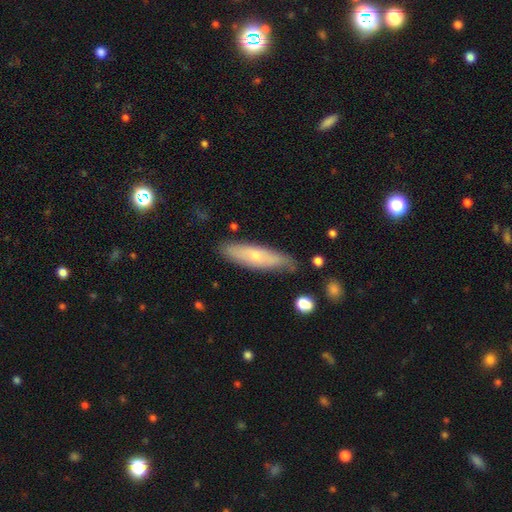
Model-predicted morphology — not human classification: Q: Smooth or featured?
A: smooth (59%); runner-up: featured or disk (35%)
Q: How rounded?
A: cigar-shaped (69%); runner-up: in between (29%)
Q: Merging?
A: none (77%); runner-up: minor disturbance (17%)